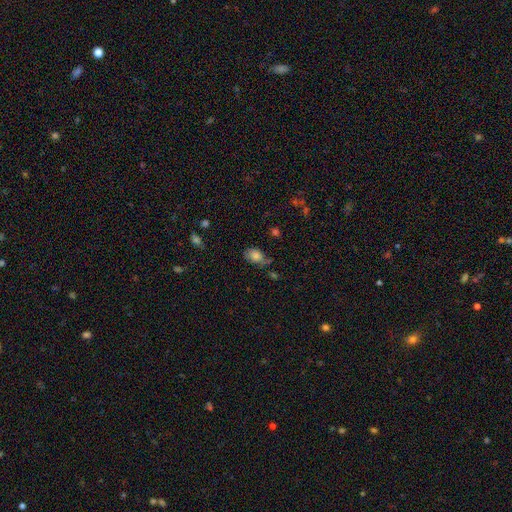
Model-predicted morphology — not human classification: smooth-or-featured: smooth: 80% | featured or disk: 10% | star or artifact: 10%
  how-rounded: in between: 78% | round: 20% | cigar-shaped: 2%
  merging: none: 53% | minor disturbance: 29% | merger: 9% | major disturbance: 9%